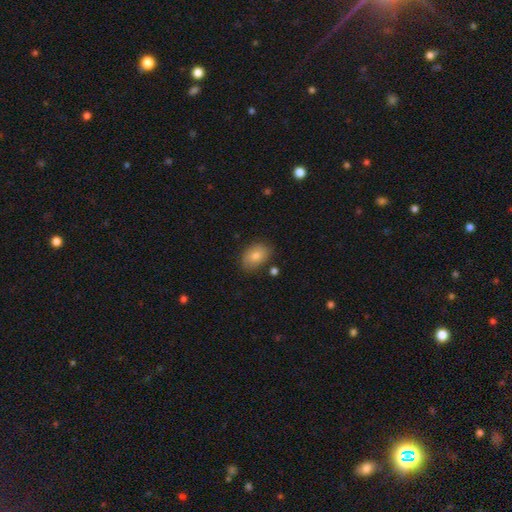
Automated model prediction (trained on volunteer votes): Smooth or featured?
  - smooth: 77% *
  - featured or disk: 14%
  - star or artifact: 9%
How rounded?
  - in between: 81% *
  - round: 18%
  - cigar-shaped: 1%
Merging?
  - none: 81% *
  - minor disturbance: 14%
  - major disturbance: 3%
  - merger: 2%